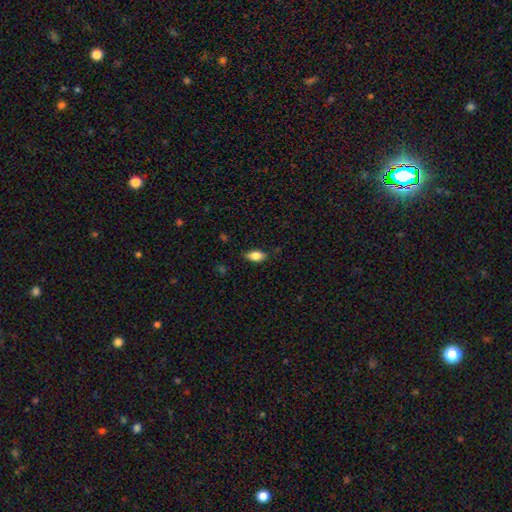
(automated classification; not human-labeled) Smooth or featured: smooth — 83% (featured or disk — 9%)
How rounded: in between — 89% (round — 6%)
Merging: none — 81% (minor disturbance — 15%)